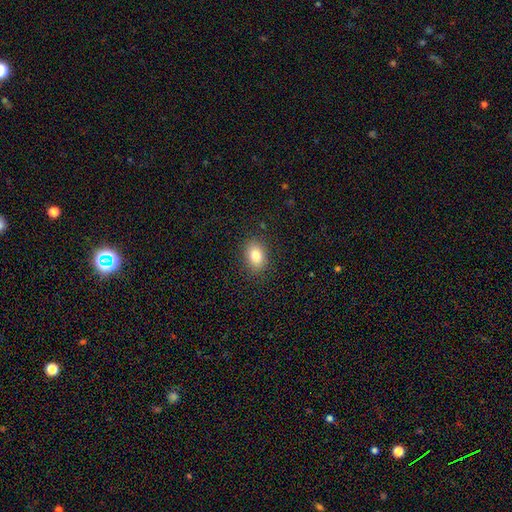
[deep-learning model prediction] smooth-or-featured: smooth: 83% | star or artifact: 9% | featured or disk: 8%
  how-rounded: in between: 78% | round: 21% | cigar-shaped: 1%
  merging: none: 86% | minor disturbance: 10% | major disturbance: 3% | merger: 1%